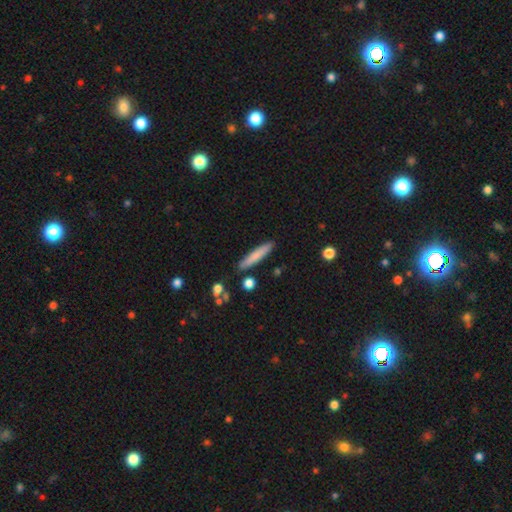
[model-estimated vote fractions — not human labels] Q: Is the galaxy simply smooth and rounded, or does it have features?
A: smooth — 76%.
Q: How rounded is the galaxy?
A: cigar-shaped — 91%.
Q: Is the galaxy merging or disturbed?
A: none — 87%.